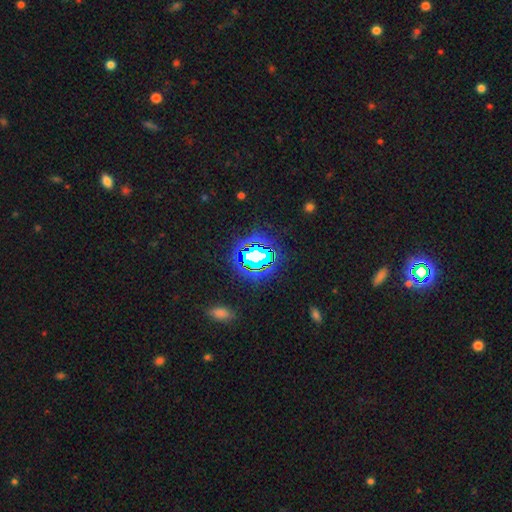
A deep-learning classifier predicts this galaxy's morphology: This is likely a star or artifact rather than a galaxy (72%).